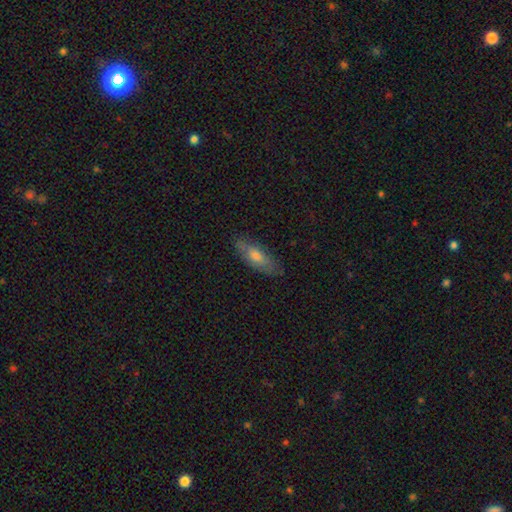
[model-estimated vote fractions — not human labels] This is likely a smooth galaxy (65%). How rounded: likely in between (61%). Merging: likely none (80%).